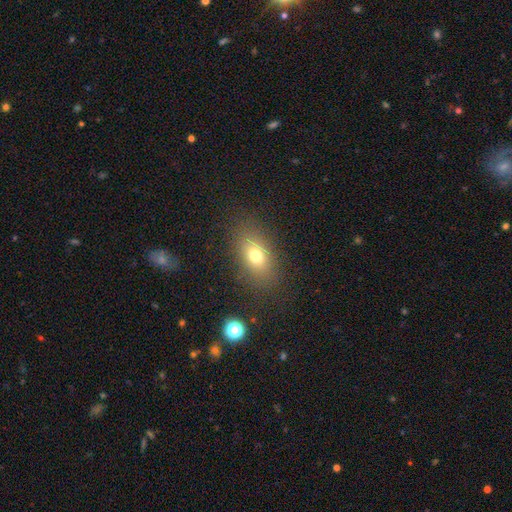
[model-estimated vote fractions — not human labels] A smooth galaxy with no disk features (71%) that is in between round and cigar-shaped (79%). Merging: none (82%).